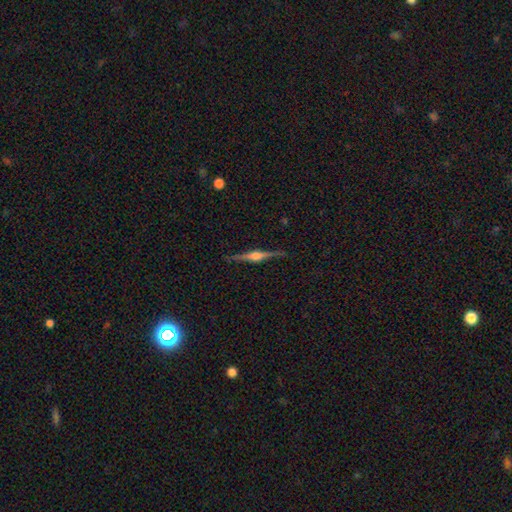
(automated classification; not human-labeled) smooth_or_featured: featured or disk (p=0.84) [alt: smooth p=0.10]
disk_edge_on: yes (p=0.98) [alt: no p=0.02]
edge_on_bulge: rounded (p=0.88) [alt: boxy p=0.10]
merging: none (p=0.89) [alt: minor disturbance p=0.08]